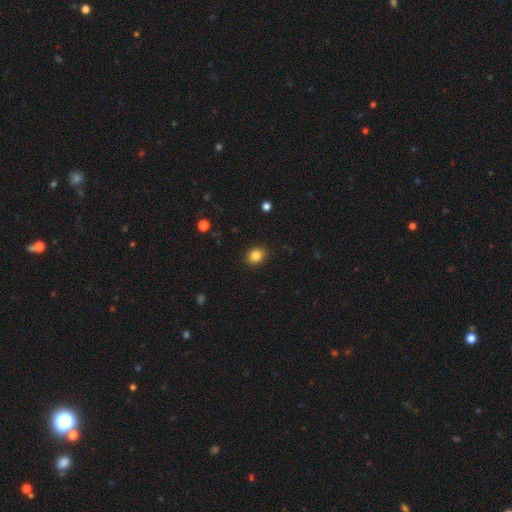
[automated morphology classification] A smooth galaxy with no disk features (85%) that is round (54%). Merging: none (89%).